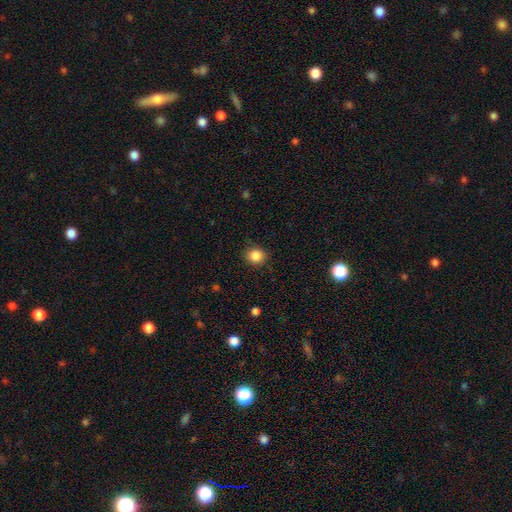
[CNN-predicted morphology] A smooth galaxy with no disk features (86%) that is round (82%).

Vote fractions:
- Smooth or featured? smooth: 86% / star or artifact: 10% / featured or disk: 4%
- How rounded? round: 82% / in between: 17% / cigar-shaped: 1%
- Merging? none: 86% / minor disturbance: 10% / major disturbance: 3% / merger: 1%